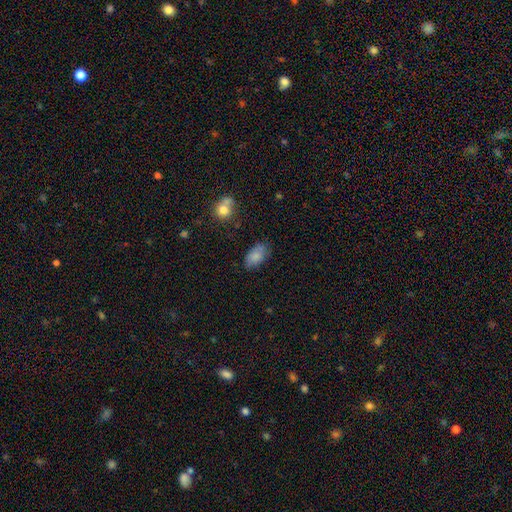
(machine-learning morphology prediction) Smooth or featured: smooth — 84% (featured or disk — 8%)
How rounded: in between — 93% (round — 5%)
Merging: none — 74% (minor disturbance — 20%)